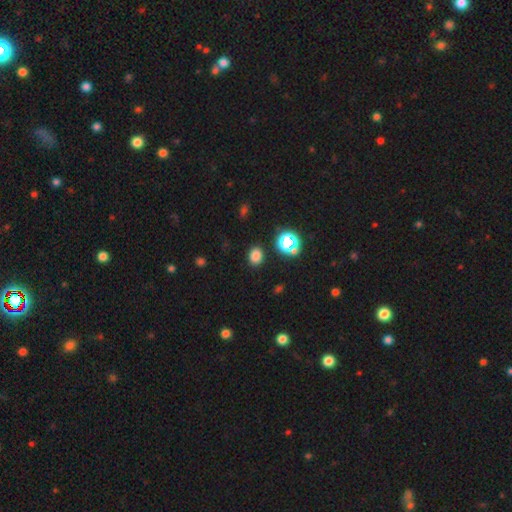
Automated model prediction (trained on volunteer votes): Smooth or featured?
  - smooth: 79% *
  - star or artifact: 17%
  - featured or disk: 4%
How rounded?
  - round: 58% *
  - in between: 41%
  - cigar-shaped: 1%
Merging?
  - none: 87% *
  - minor disturbance: 8%
  - major disturbance: 3%
  - merger: 2%